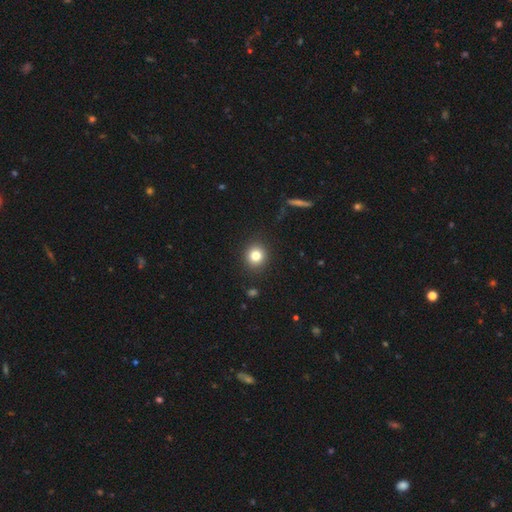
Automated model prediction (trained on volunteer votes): smooth-or-featured: smooth: 81% | star or artifact: 12% | featured or disk: 7%
  how-rounded: round: 88% | in between: 11% | cigar-shaped: 1%
  merging: none: 90% | minor disturbance: 6% | major disturbance: 2% | merger: 1%